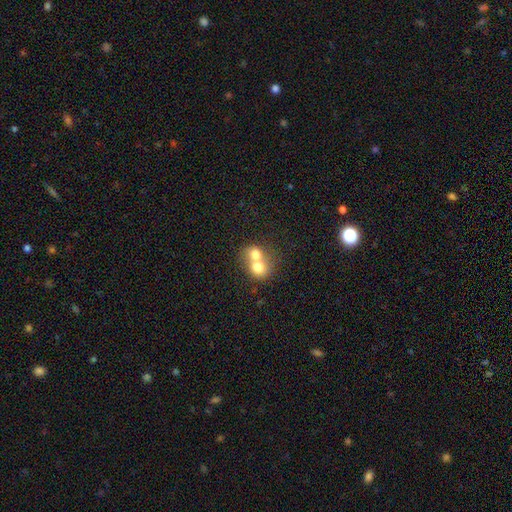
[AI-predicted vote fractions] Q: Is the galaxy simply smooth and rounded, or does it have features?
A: smooth — 70%.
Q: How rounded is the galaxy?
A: round — 66%.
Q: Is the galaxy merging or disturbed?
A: merger — 76%.